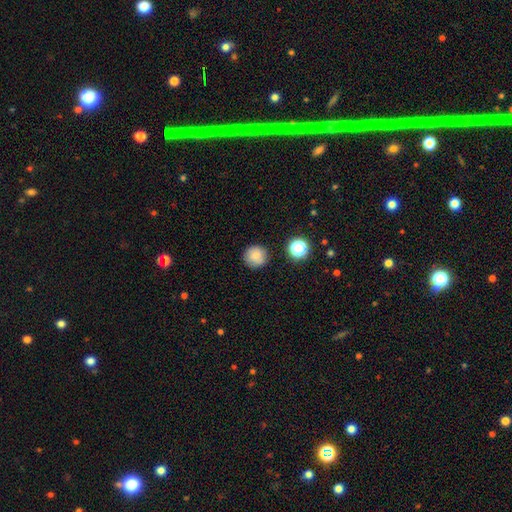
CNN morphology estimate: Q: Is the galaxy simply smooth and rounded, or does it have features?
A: smooth — 82%.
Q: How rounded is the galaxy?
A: round — 95%.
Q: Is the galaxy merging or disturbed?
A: none — 88%.